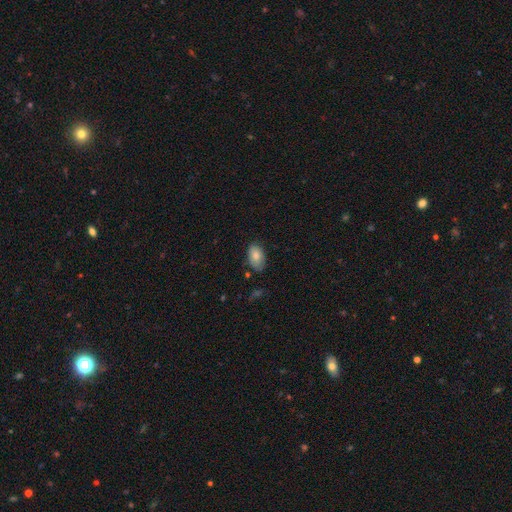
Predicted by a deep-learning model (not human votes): Smooth or featured: smooth — 81% (featured or disk — 12%)
How rounded: in between — 92% (round — 6%)
Merging: none — 75% (minor disturbance — 19%)